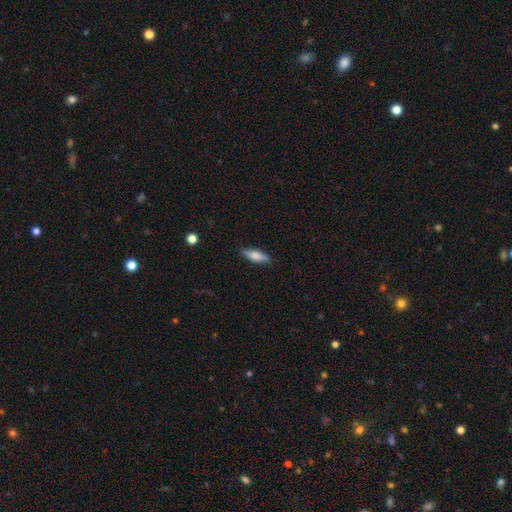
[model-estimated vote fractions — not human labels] Smooth or featured?
  - smooth: 74% *
  - featured or disk: 19%
  - star or artifact: 7%
How rounded?
  - in between: 59% *
  - cigar-shaped: 38%
  - round: 2%
Merging?
  - none: 83% *
  - minor disturbance: 13%
  - major disturbance: 3%
  - merger: 1%